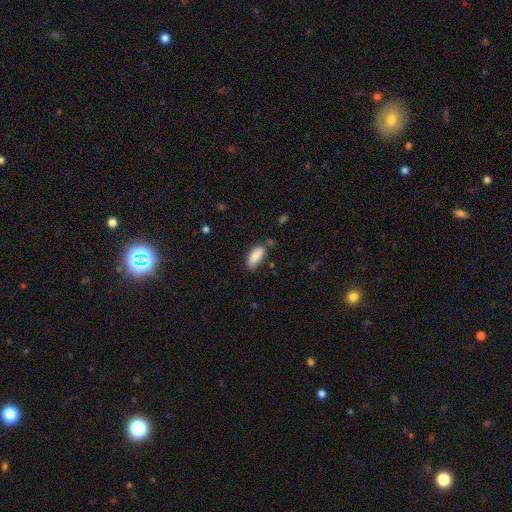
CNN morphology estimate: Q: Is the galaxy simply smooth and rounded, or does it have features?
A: smooth — 88%.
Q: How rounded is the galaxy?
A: in between — 84%.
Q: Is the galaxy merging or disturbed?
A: none — 71%.